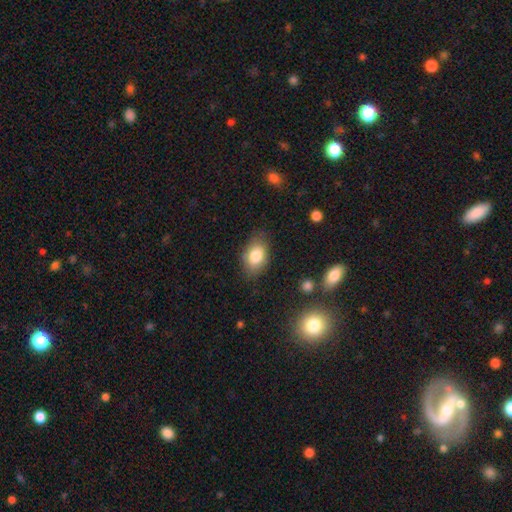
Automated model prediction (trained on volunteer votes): smooth 82%, featured or disk 10%, star or artifact 8%. Down the decision tree: how rounded — in between (87%); merging — none (78%).